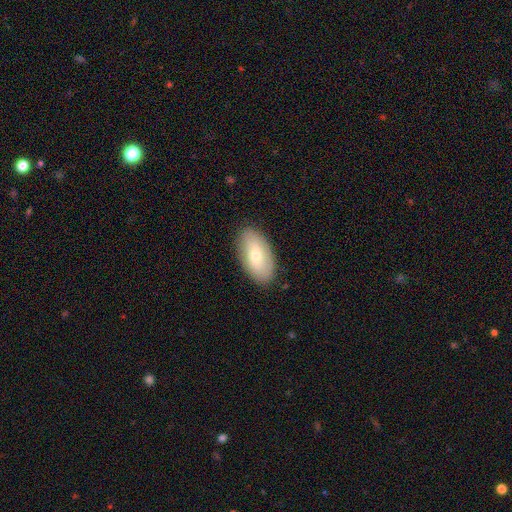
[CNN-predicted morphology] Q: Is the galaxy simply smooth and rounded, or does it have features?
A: smooth — 64%.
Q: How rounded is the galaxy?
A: in between — 93%.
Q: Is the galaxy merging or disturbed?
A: none — 86%.